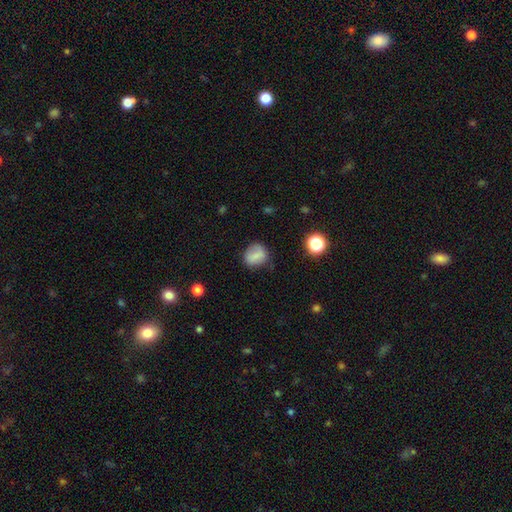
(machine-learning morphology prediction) smooth_or_featured: smooth (p=0.75) [alt: featured or disk p=0.15]
how_rounded: round (p=0.65) [alt: in between p=0.34]
merging: none (p=0.72) [alt: minor disturbance p=0.20]